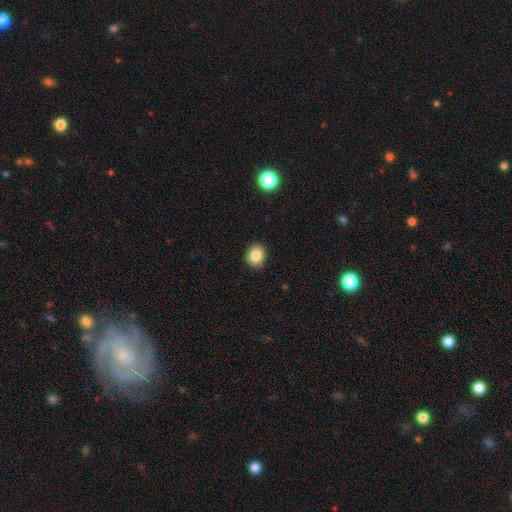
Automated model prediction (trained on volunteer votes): Smooth or featured: smooth — 84% (star or artifact — 10%)
How rounded: round — 74% (in between — 25%)
Merging: none — 90% (minor disturbance — 7%)